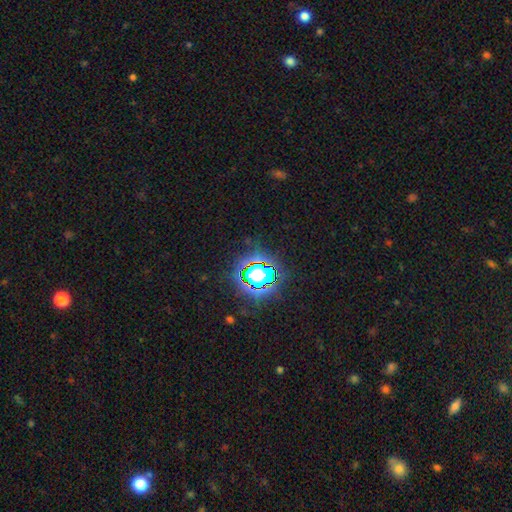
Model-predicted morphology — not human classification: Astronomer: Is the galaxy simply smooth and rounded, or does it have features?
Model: star or artifact — 79%.